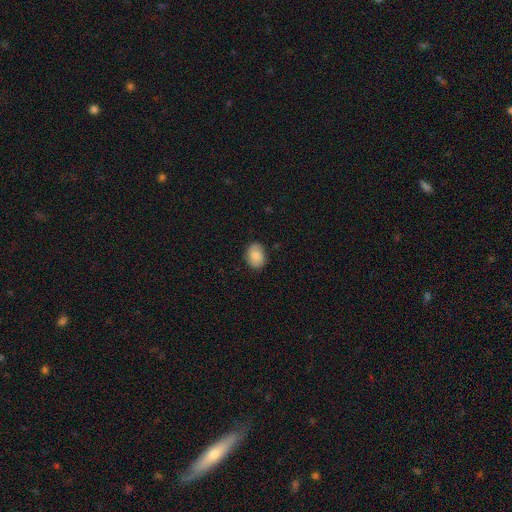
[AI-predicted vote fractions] smooth 84%, featured or disk 9%, star or artifact 7%. Down the decision tree: how rounded — in between (66%); merging — none (84%).